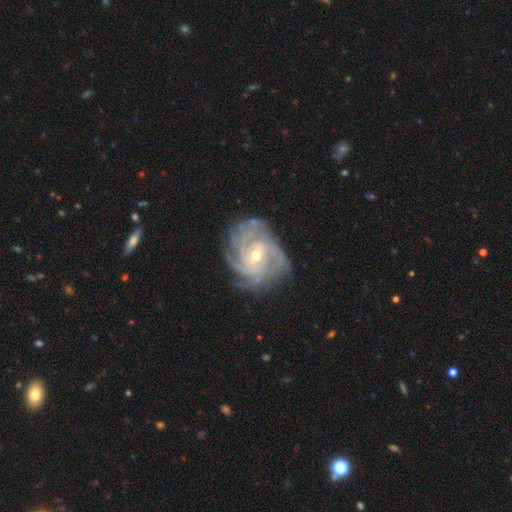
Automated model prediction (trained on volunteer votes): A featured or disk galaxy (90%) with no bar (53%), 4 (33%) tight (68%) spiral arms (98%) and a small central bulge (55%).

Vote fractions:
- Smooth or featured? featured or disk: 90% / star or artifact: 5% / smooth: 4%
- Edge-on disk? no: 98% / yes: 2%
- Bar? no: 53% / weak: 37% / strong: 10%
- Spiral arms? yes: 98% / no: 2%
- Spiral winding? tight: 68% / medium: 28% / loose: 5%
- Spiral arm count? 4: 33% / can't tell: 19% / more than 4: 17% / 3: 16% / 2: 8% / 1: 7%
- Bulge size? small: 55% / moderate: 42% / large: 1% / none: 1% / dominant: 1%
- Merging? none: 76% / minor disturbance: 17% / major disturbance: 6% / merger: 2%